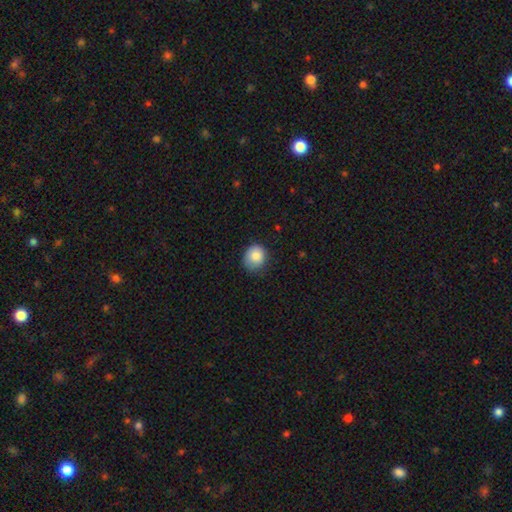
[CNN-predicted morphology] Overall: smooth (84%). How rounded: round (77%). Merging: none (68%).